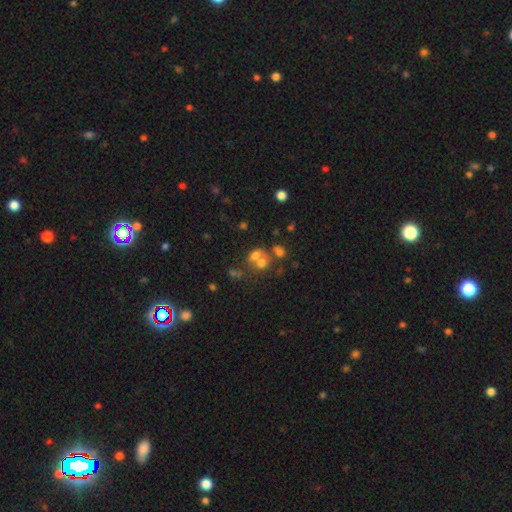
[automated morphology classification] A smooth galaxy with no disk features (59%) that is round (50%).

Vote fractions:
- Smooth or featured? smooth: 59% / featured or disk: 22% / star or artifact: 19%
- How rounded? round: 50% / in between: 49% / cigar-shaped: 2%
- Merging? merger: 52% / none: 31% / minor disturbance: 9% / major disturbance: 8%